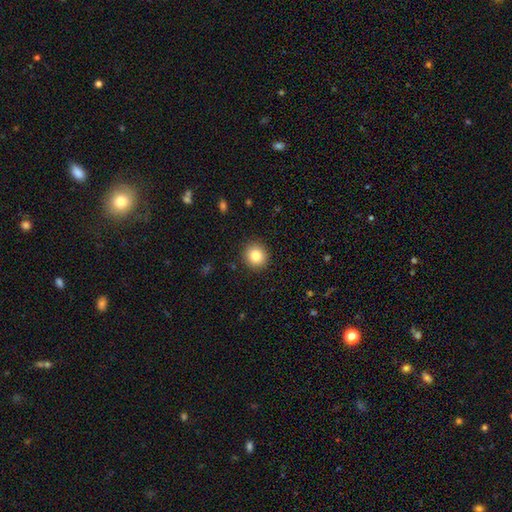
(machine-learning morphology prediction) Smooth or featured: smooth — 84% (star or artifact — 10%)
How rounded: round — 90% (in between — 9%)
Merging: none — 91% (minor disturbance — 6%)